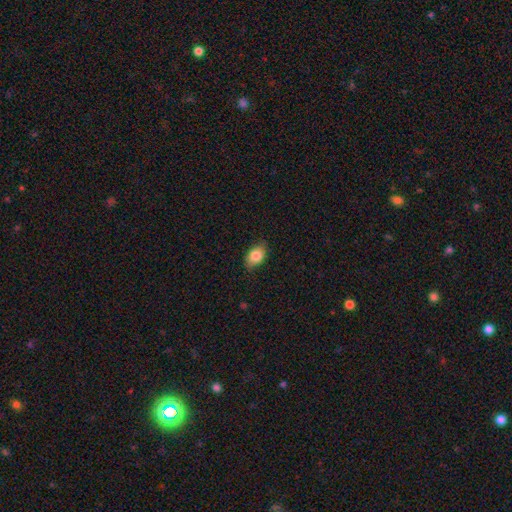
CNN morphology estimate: A smooth galaxy with no disk features (84%) that is in between round and cigar-shaped (84%). Merging: none (80%).